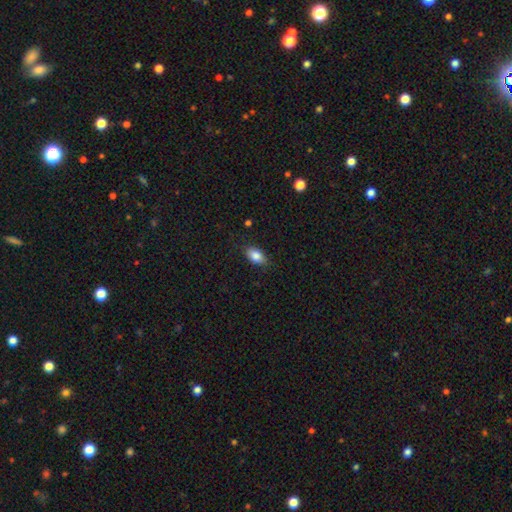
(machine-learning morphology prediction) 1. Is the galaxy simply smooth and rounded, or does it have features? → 84% smooth, 8% featured or disk, 8% star or artifact.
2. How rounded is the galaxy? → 88% in between, 9% round, 3% cigar-shaped.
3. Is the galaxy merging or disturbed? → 81% none, 15% minor disturbance, 3% major disturbance, 1% merger.